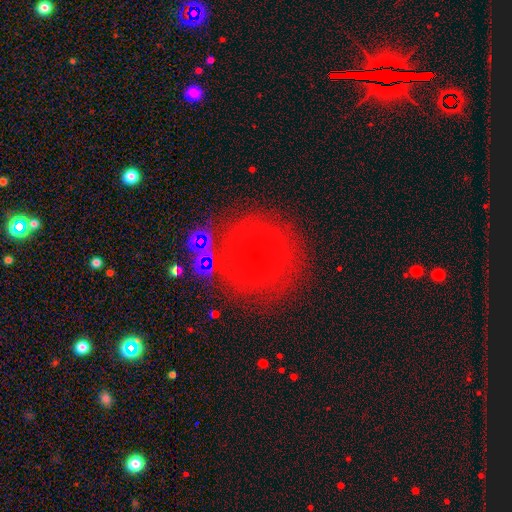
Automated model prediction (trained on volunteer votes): smooth-or-featured: featured or disk: 62% | smooth: 22% | star or artifact: 16%
  disk-edge-on: no: 97% | yes: 3%
    bar: no: 72% | weak: 23% | strong: 5%
    has-spiral-arms: yes: 88% | no: 12%
      spiral-winding: tight: 59% | medium: 31% | loose: 10%
      spiral-arm-count: 2: 35% | can't tell: 33% | 3: 13% | 4: 7% | 1: 6% | more than 4: 6%
    bulge-size: small: 86% | moderate: 8% | none: 5% | large: 1% | dominant: 1%
  merging: none: 77% | minor disturbance: 14% | major disturbance: 6% | merger: 3%